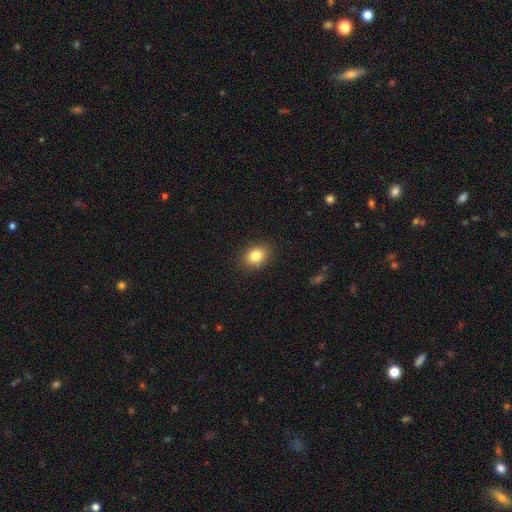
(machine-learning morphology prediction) Smooth or featured: smooth — 83% (star or artifact — 9%)
How rounded: in between — 67% (round — 31%)
Merging: none — 87% (minor disturbance — 9%)